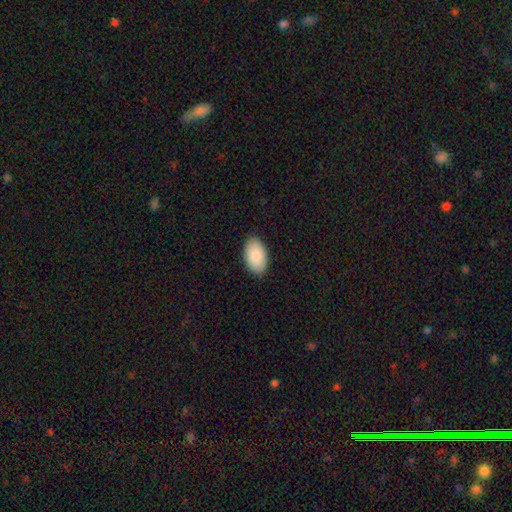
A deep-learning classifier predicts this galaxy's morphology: smooth 88%, featured or disk 7%, star or artifact 6%. Down the decision tree: how rounded — in between (95%); merging — none (88%).